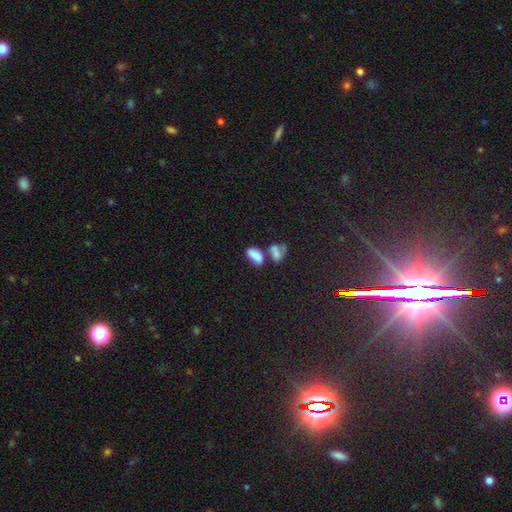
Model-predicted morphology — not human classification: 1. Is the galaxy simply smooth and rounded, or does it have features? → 78% smooth, 11% star or artifact, 11% featured or disk.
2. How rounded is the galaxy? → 90% in between, 5% round, 5% cigar-shaped.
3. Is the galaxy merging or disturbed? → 51% merger, 29% none, 12% minor disturbance, 7% major disturbance.